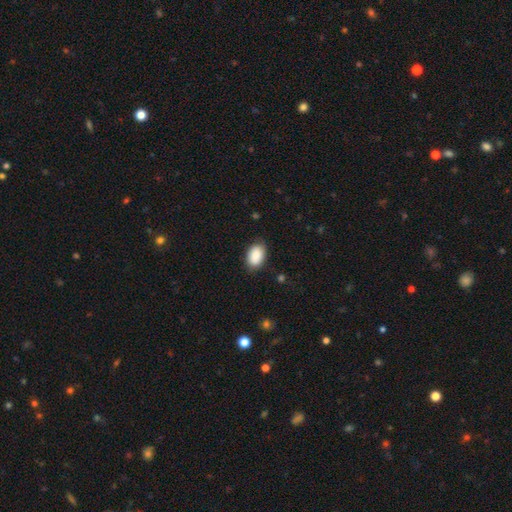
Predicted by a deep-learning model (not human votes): Morphology: type=smooth (90%); roundness=in between (90%); merging=none (84%).